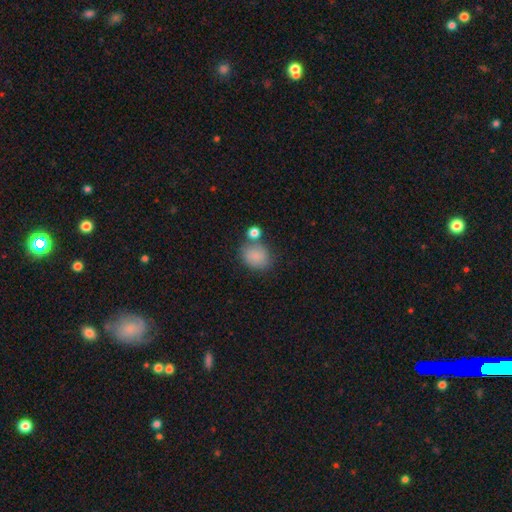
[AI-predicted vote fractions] smooth_or_featured: smooth (p=0.82) [alt: star or artifact p=0.09]
how_rounded: round (p=0.56) [alt: in between p=0.43]
merging: none (p=0.60) [alt: minor disturbance p=0.17]